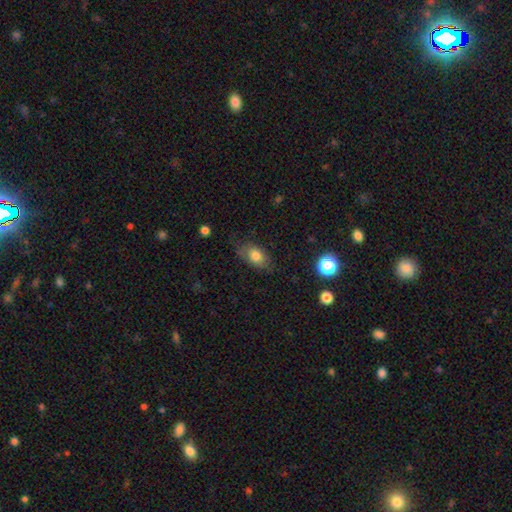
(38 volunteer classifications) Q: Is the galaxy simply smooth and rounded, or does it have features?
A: smooth — 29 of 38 (76%).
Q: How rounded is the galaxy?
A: in between — 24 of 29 (83%).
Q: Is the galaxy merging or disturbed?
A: none — 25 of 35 (71%).